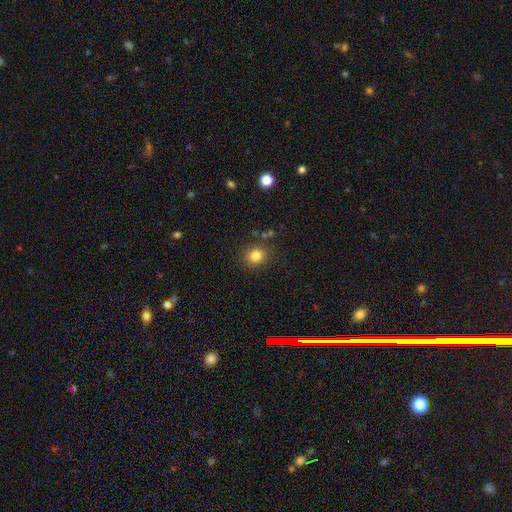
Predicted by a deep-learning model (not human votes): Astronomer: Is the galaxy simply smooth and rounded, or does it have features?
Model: smooth — 82%.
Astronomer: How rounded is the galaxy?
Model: round — 84%.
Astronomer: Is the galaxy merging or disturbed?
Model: none — 85%.